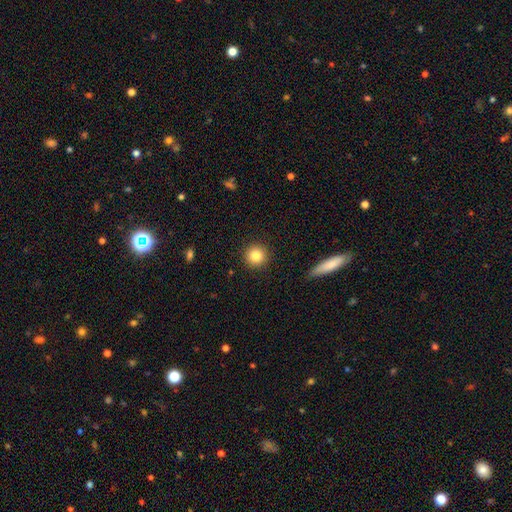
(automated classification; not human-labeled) A smooth galaxy with no disk features (84%) that is round (94%).

Vote fractions:
- Smooth or featured? smooth: 84% / star or artifact: 9% / featured or disk: 7%
- How rounded? round: 94% / in between: 5% / cigar-shaped: 1%
- Merging? none: 91% / minor disturbance: 6% / major disturbance: 2% / merger: 1%